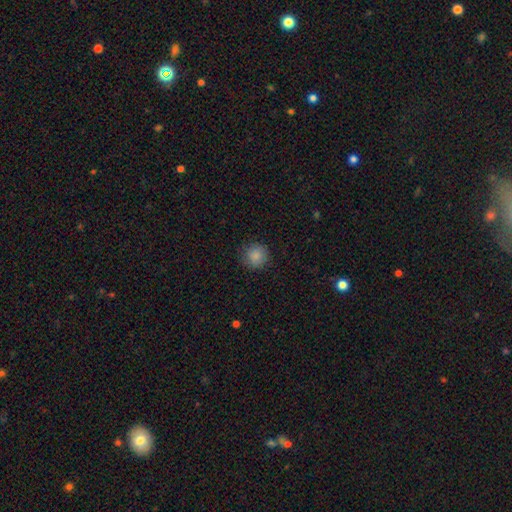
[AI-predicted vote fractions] smooth 86%, star or artifact 10%, featured or disk 4%. Down the decision tree: how rounded — round (93%); merging — none (86%).